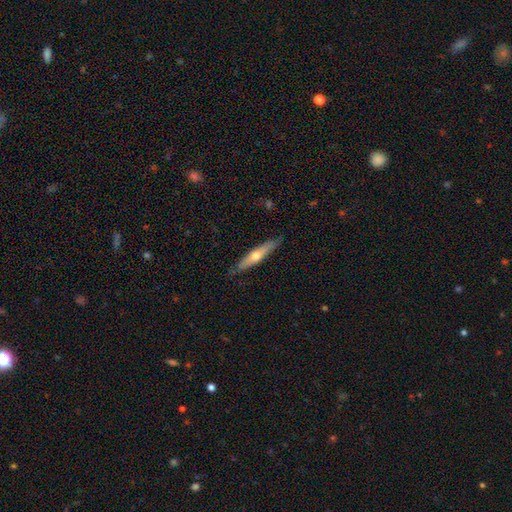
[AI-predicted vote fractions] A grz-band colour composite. It shows a featured or disk galaxy (51%) viewed edge-on (88%). Merging: none (85%).